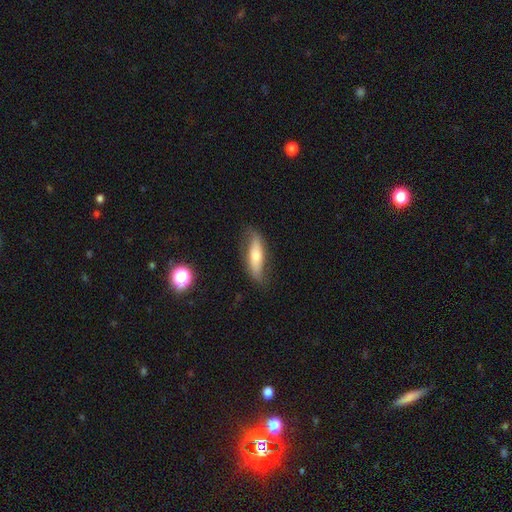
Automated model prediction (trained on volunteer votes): Smooth or featured: featured or disk — 47% (smooth — 46%)
Merging: none — 72% (minor disturbance — 20%)